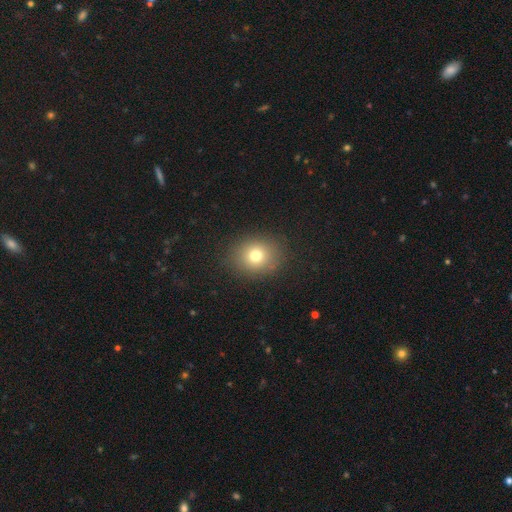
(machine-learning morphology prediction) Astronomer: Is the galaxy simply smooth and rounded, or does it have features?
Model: smooth — 75%.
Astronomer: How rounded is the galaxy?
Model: round — 70%.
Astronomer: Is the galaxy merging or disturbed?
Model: none — 87%.